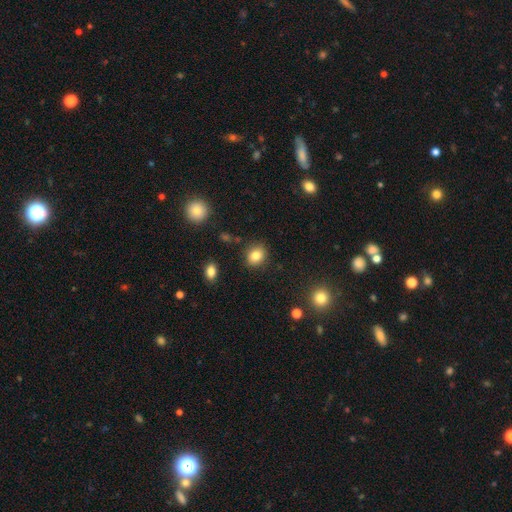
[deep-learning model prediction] Q: Smooth or featured?
A: smooth (84%); runner-up: star or artifact (10%)
Q: How rounded?
A: round (56%); runner-up: in between (43%)
Q: Merging?
A: none (85%); runner-up: minor disturbance (10%)